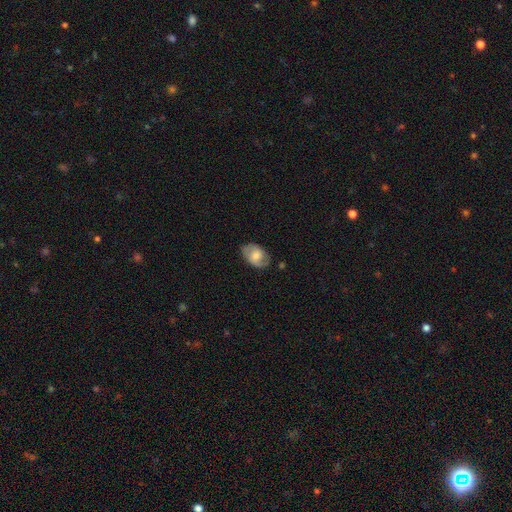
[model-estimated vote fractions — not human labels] Q: Smooth or featured?
A: smooth (50%); runner-up: featured or disk (43%)
Q: Merging?
A: none (72%); runner-up: minor disturbance (20%)